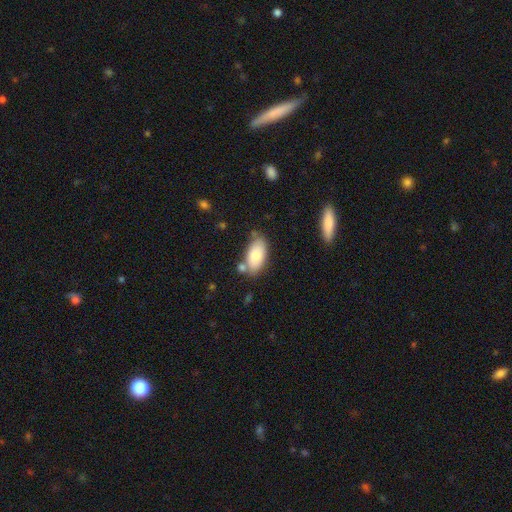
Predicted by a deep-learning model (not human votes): Overall: smooth (80%). How rounded: in between (94%). Merging: none (66%).